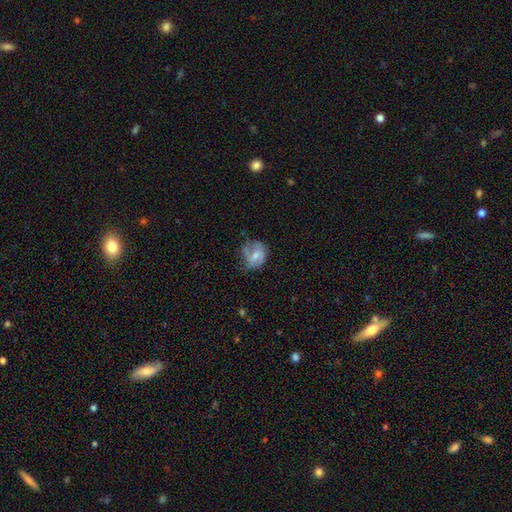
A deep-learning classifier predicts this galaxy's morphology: Smooth or featured? Predicted: smooth (p=0.51). How rounded? Predicted: round (p=0.62). Merging? Predicted: none (p=0.46).